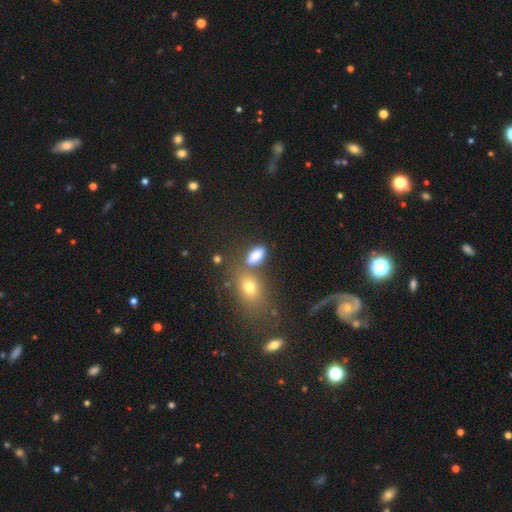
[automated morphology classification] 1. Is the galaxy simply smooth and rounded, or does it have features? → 81% smooth, 10% star or artifact, 9% featured or disk.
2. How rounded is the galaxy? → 84% in between, 8% cigar-shaped, 8% round.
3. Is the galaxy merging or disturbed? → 62% none, 18% merger, 14% minor disturbance, 6% major disturbance.